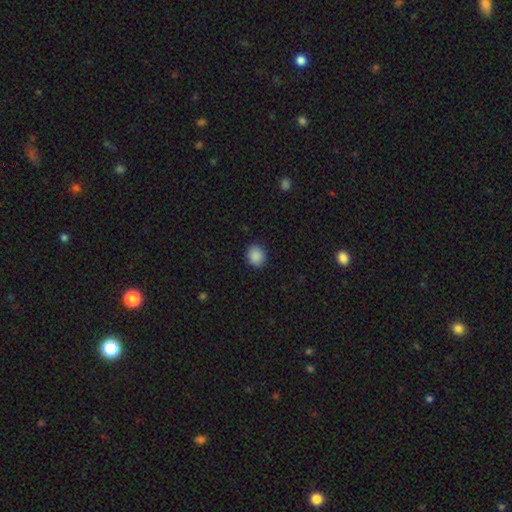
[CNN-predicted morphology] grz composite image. It shows a smooth galaxy with no disk features (89%) that is round (64%). Merging: none (89%).